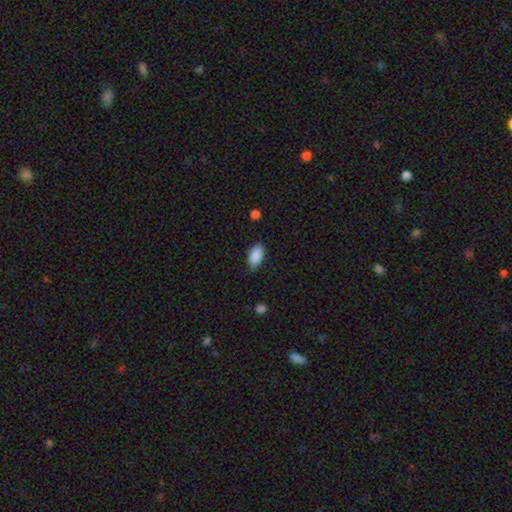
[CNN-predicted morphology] Overall: smooth (90%). How rounded: in between (94%). Merging: none (82%).